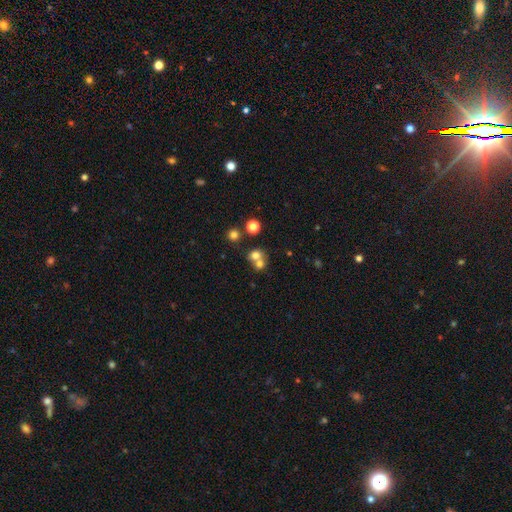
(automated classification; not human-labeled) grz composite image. It shows a smooth galaxy with no disk features (70%) that is round (74%). Merging: merger (54%).